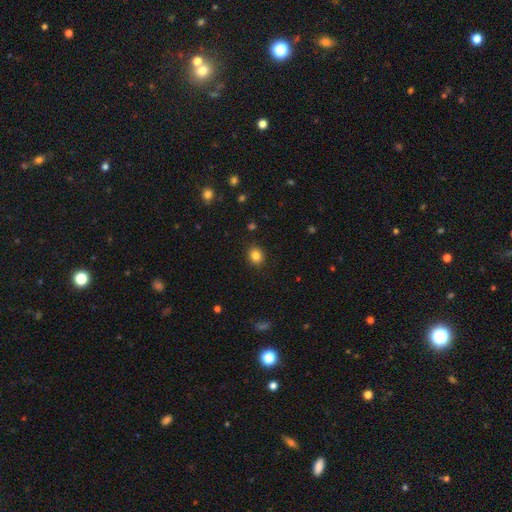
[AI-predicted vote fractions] smooth_or_featured: smooth (p=0.83) [alt: star or artifact p=0.11]
how_rounded: round (p=0.74) [alt: in between p=0.25]
merging: none (p=0.89) [alt: minor disturbance p=0.08]